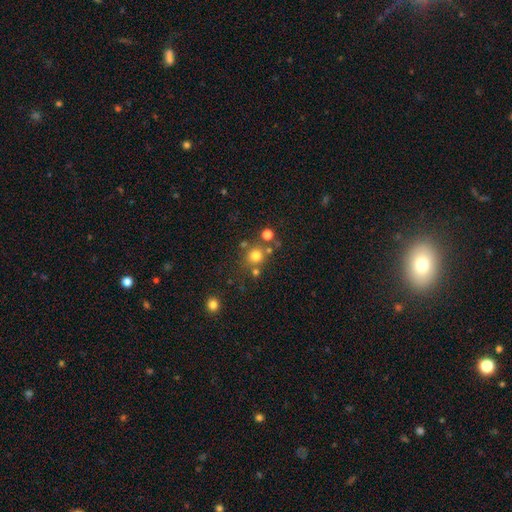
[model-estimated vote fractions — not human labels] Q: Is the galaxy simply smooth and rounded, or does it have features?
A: smooth — 73%.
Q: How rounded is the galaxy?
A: round — 88%.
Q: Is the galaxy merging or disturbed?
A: none — 69%.